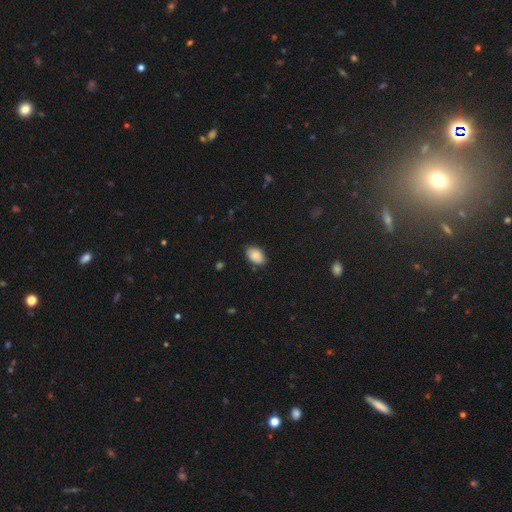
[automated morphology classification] A smooth galaxy with no disk features (85%) that is in between round and cigar-shaped (89%). Merging: none (82%).